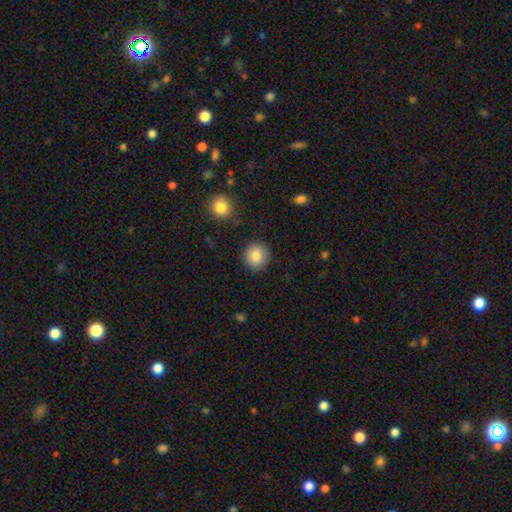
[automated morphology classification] The model was most divided on "smooth or featured": smooth: 85%, star or artifact: 8%, featured or disk: 7%. More confident: how rounded — round (91%); merging — none (89%).